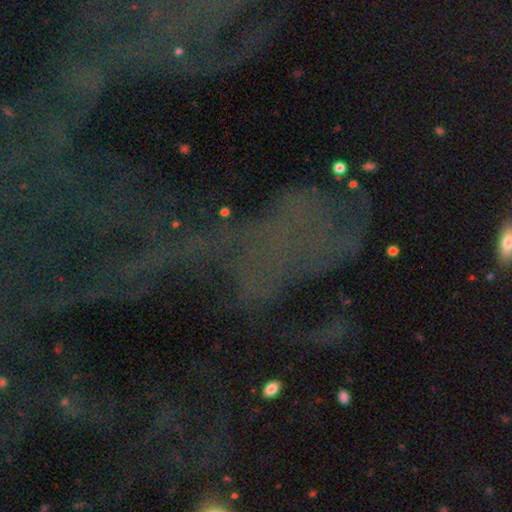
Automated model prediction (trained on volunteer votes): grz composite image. It shows a star or artifact, not a galaxy (73%).